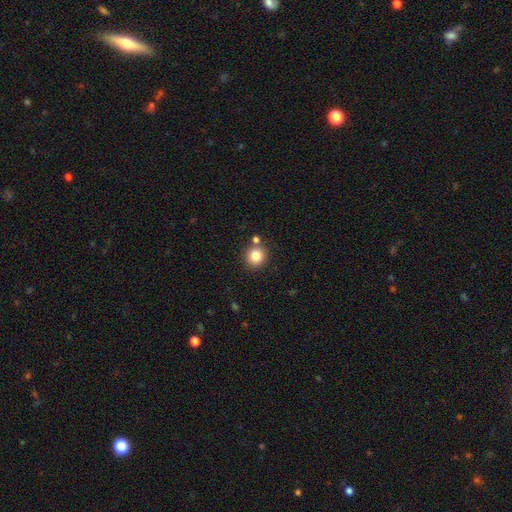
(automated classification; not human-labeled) Overall: smooth (83%). How rounded: round (90%). Merging: none (79%).